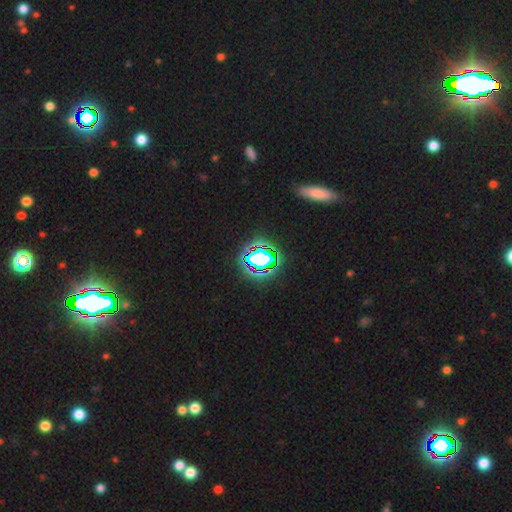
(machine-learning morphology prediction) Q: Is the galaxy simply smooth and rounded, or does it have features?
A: star or artifact — 65%.